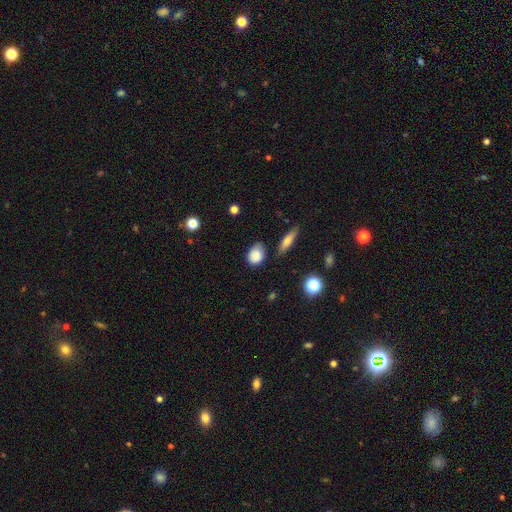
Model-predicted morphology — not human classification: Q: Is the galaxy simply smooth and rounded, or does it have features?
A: smooth — 83%.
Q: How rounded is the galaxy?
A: in between — 53%.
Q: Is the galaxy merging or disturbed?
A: none — 66%.